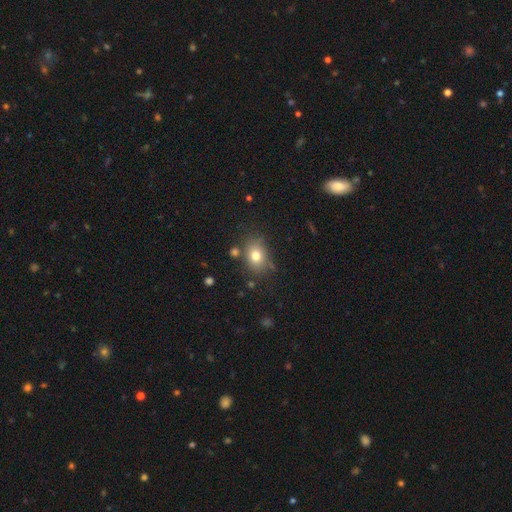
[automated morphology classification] A smooth galaxy with no disk features (76%) that is in between round and cigar-shaped (56%).

Vote fractions:
- Smooth or featured? smooth: 76% / star or artifact: 12% / featured or disk: 12%
- How rounded? in between: 56% / round: 43% / cigar-shaped: 1%
- Merging? none: 74% / minor disturbance: 16% / merger: 5% / major disturbance: 5%